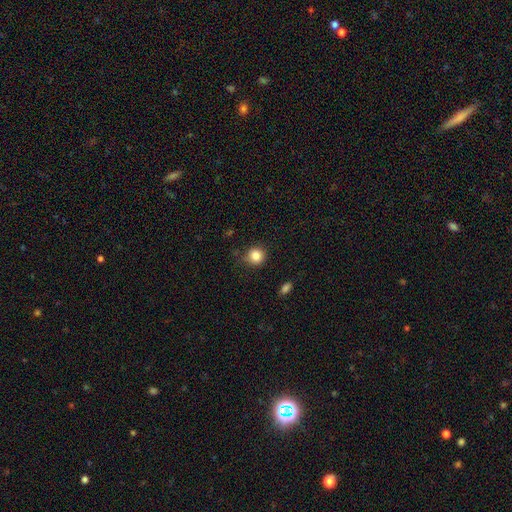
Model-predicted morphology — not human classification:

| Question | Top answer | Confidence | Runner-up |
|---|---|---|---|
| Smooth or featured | smooth | 84% | star or artifact (11%) |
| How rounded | round | 90% | in between (9%) |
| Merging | none | 80% | minor disturbance (15%) |